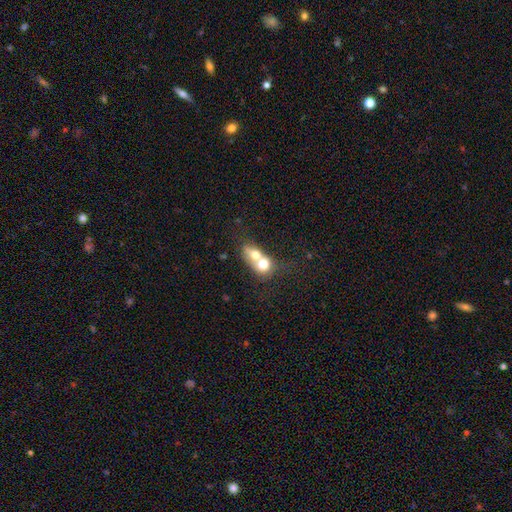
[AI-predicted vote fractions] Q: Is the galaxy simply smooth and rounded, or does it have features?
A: smooth — 63%.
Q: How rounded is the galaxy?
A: in between — 50%.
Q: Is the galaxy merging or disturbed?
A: merger — 74%.